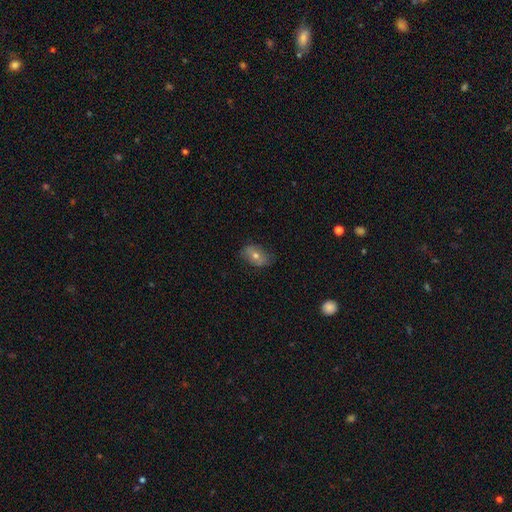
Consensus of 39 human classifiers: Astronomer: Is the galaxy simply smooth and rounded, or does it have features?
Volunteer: smooth — 54% (runner-up: featured or disk, 41%).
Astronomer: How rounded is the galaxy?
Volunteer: in between — 76%.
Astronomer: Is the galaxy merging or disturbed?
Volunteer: none — 73%.